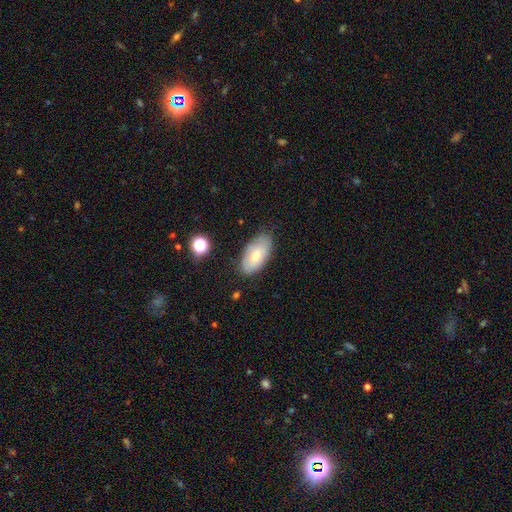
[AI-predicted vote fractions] Overall: smooth (61%; featured or disk 32%). How rounded: in between (94%). Merging: none (78%).